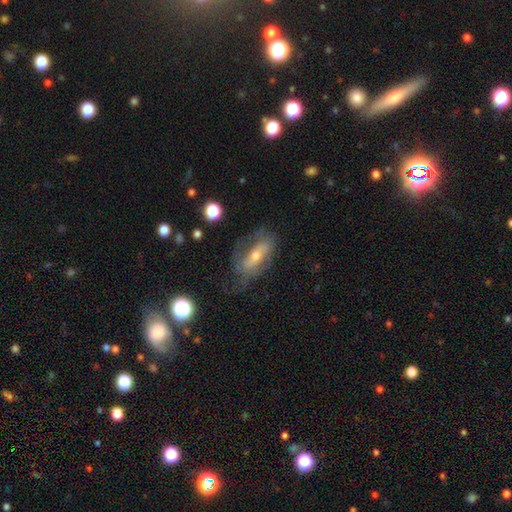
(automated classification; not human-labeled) A featured or disk galaxy (61%) with no bar (37%), spiral arms (66%) and a moderate central bulge (48%). Merging: none (53%).